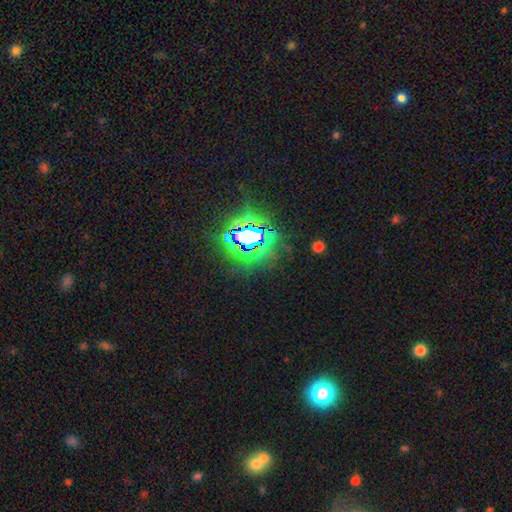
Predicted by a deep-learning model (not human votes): Smooth or featured? Predicted: star or artifact (p=0.82).